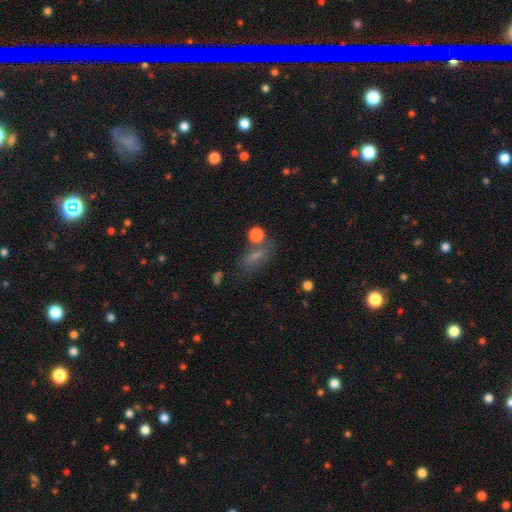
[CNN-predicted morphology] Smooth or featured? Predicted: smooth (p=0.61). How rounded? Predicted: in between (p=0.60). Merging? Predicted: none (p=0.54).